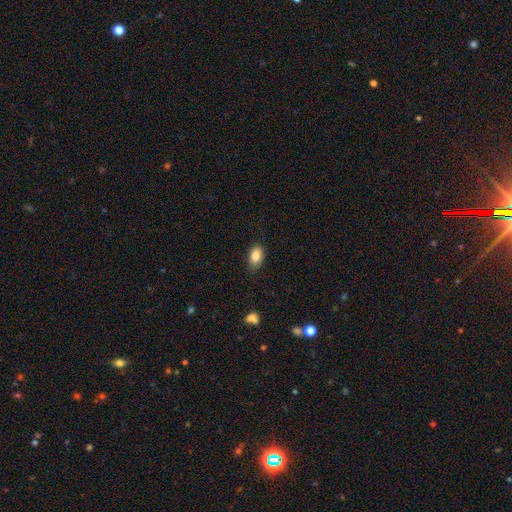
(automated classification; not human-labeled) A smooth galaxy with no disk features (87%) that is in between round and cigar-shaped (88%).

Vote fractions:
- Smooth or featured? smooth: 87% / star or artifact: 8% / featured or disk: 5%
- How rounded? in between: 88% / round: 11% / cigar-shaped: 2%
- Merging? none: 81% / minor disturbance: 15% / major disturbance: 3% / merger: 1%